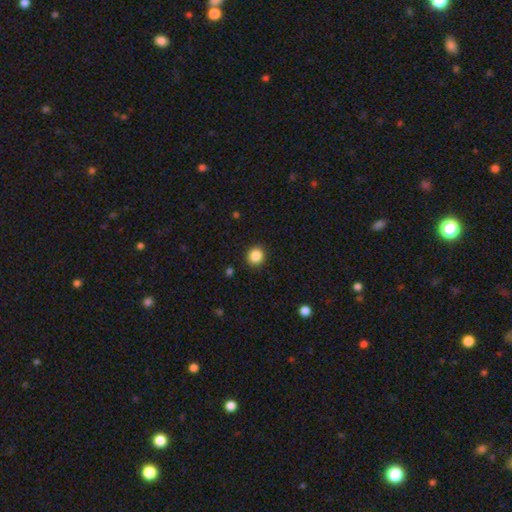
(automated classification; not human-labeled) Morphology: type=smooth (86%); roundness=round (85%); merging=none (91%).